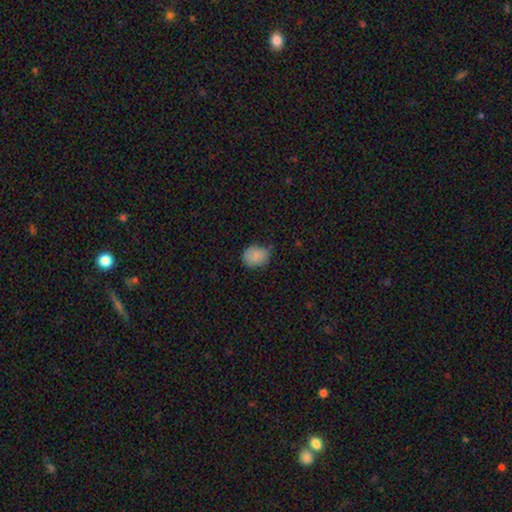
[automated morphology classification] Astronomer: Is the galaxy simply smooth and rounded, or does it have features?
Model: smooth — 85%.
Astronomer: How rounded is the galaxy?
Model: round — 61% (runner-up: in between, 38%).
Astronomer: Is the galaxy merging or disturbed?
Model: none — 63%.